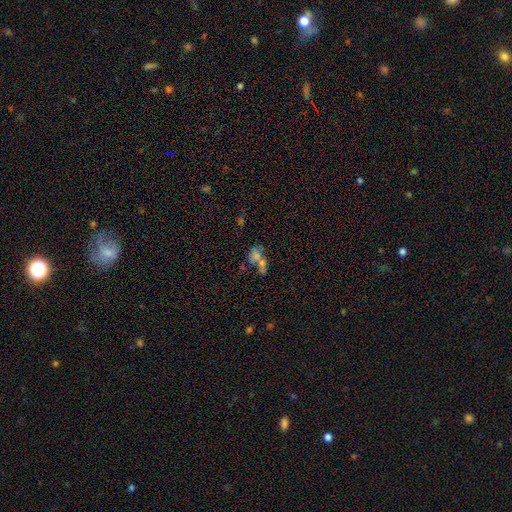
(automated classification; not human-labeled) A smooth galaxy with no disk features (55%) that is in between round and cigar-shaped (57%). Merging: merger (58%).